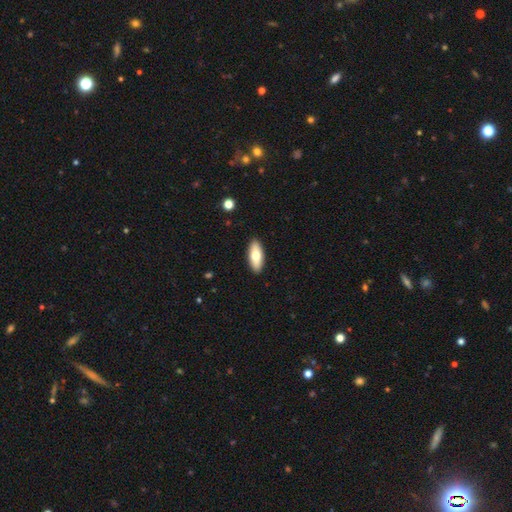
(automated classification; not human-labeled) Smooth or featured?
  - smooth: 70% *
  - featured or disk: 24%
  - star or artifact: 6%
How rounded?
  - in between: 78% *
  - cigar-shaped: 19%
  - round: 2%
Merging?
  - none: 91% *
  - minor disturbance: 7%
  - major disturbance: 2%
  - merger: 1%